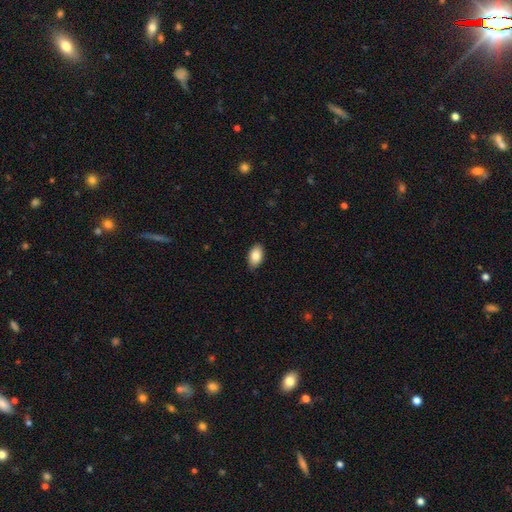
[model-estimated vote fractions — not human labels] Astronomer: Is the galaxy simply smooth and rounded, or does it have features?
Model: smooth — 87%.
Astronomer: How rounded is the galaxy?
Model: in between — 92%.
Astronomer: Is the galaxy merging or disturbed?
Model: none — 85%.